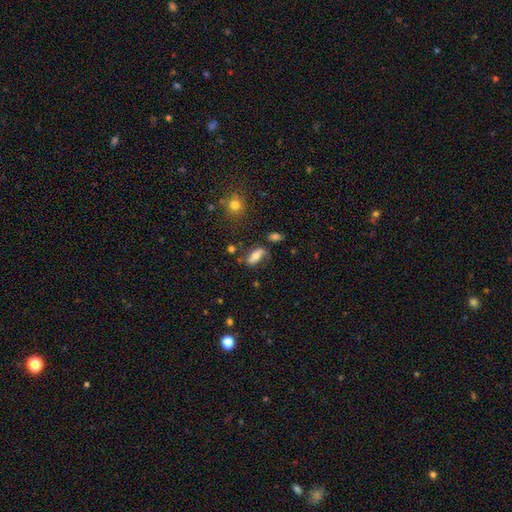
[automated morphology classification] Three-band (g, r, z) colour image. It shows a smooth galaxy with no disk features (62%) that is in between round and cigar-shaped (77%). Merging: none (62%).